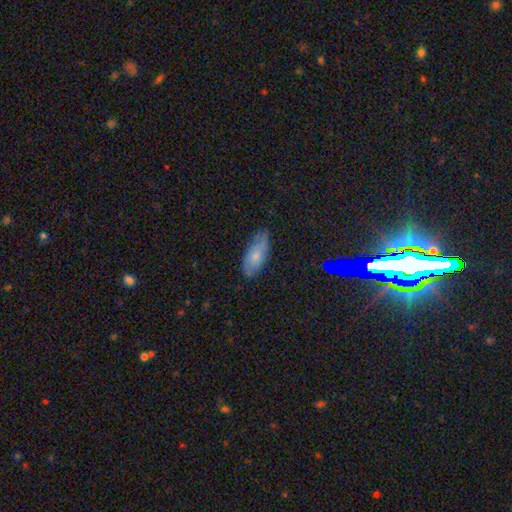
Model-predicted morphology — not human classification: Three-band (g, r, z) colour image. It shows a smooth galaxy with no disk features (69%) that is in between round and cigar-shaped (79%). Merging: none (75%).